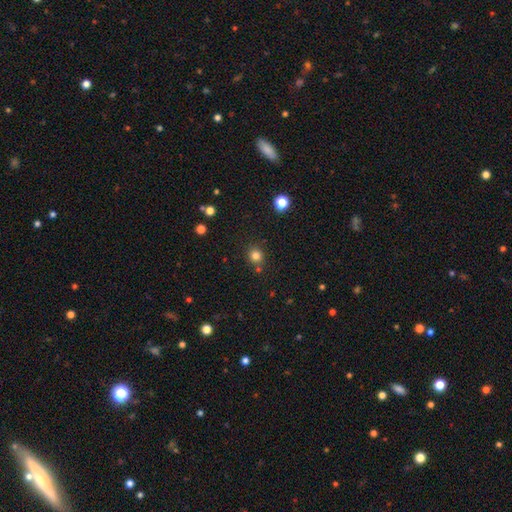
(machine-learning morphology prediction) smooth 80%, star or artifact 14%, featured or disk 6%. Down the decision tree: how rounded — round (87%); merging — none (80%).